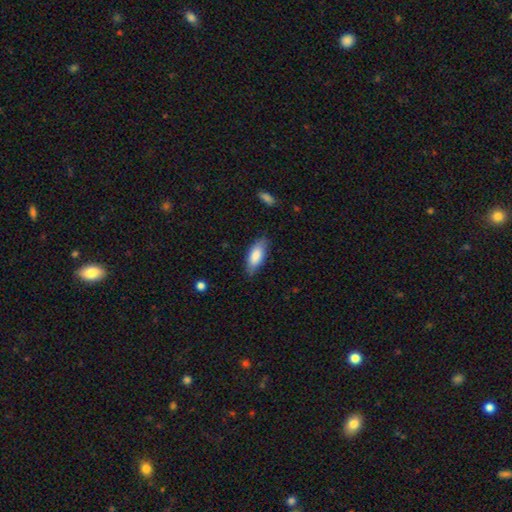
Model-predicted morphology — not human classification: Q: Smooth or featured?
A: smooth (83%); runner-up: featured or disk (11%)
Q: How rounded?
A: in between (80%); runner-up: cigar-shaped (18%)
Q: Merging?
A: none (79%); runner-up: minor disturbance (17%)